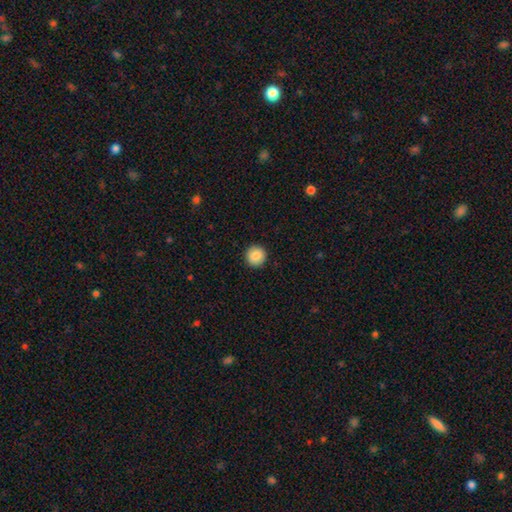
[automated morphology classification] Smooth or featured: smooth — 88% (star or artifact — 8%)
How rounded: round — 94% (in between — 5%)
Merging: none — 92% (minor disturbance — 5%)